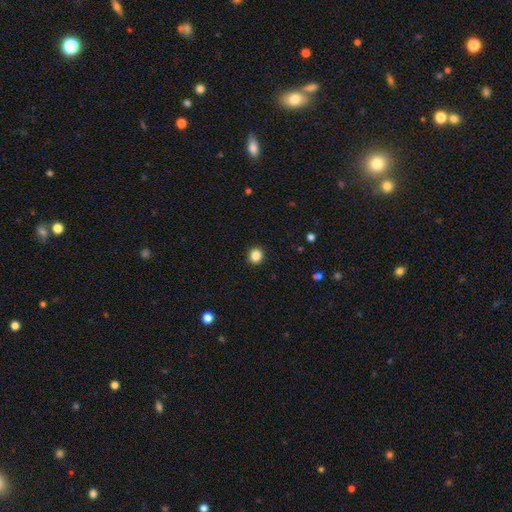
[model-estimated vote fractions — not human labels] The model was most divided on "how rounded": round: 84%, in between: 16%, cigar-shaped: 1%. More confident: merging — none (92%); smooth or featured — smooth (85%).